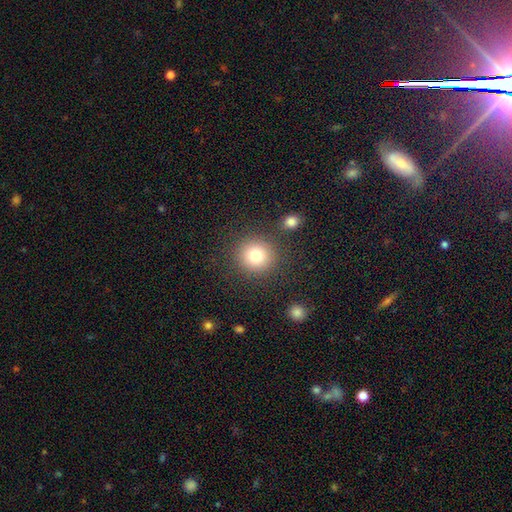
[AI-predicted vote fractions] Smooth or featured? smooth (79%)
How rounded? round (91%)
Merging? none (85%)